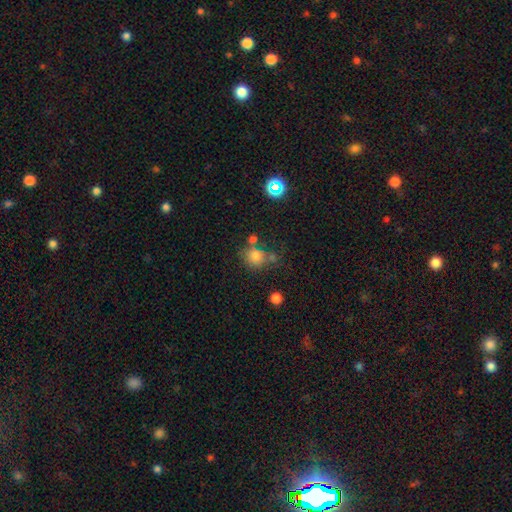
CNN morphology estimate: Smooth or featured? Predicted: smooth (p=0.77). How rounded? Predicted: round (p=0.80). Merging? Predicted: none (p=0.54).